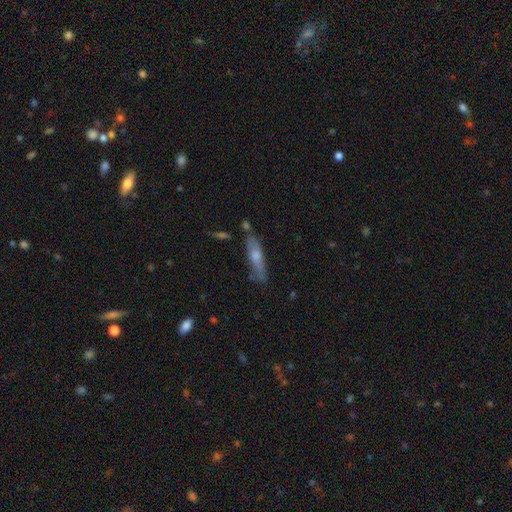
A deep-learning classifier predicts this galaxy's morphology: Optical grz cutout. It shows a featured or disk galaxy (48%). Merging: none (73%).